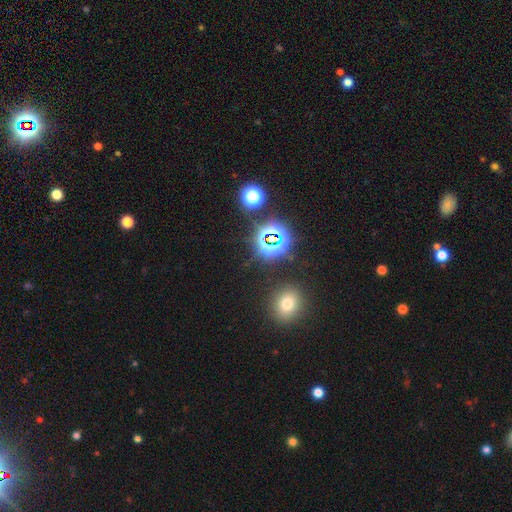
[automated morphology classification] This appears to be a star or artifact, not a galaxy (61%).